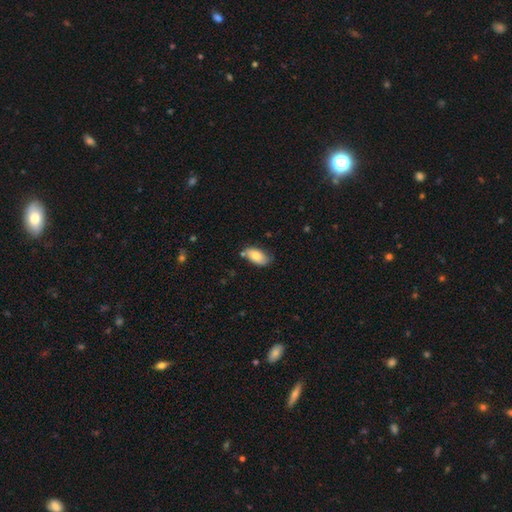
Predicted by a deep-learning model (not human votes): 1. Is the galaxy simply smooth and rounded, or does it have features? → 77% smooth, 17% featured or disk, 7% star or artifact.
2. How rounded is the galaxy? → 93% in between, 4% round, 3% cigar-shaped.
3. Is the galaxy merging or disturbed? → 66% none, 24% minor disturbance, 5% merger, 4% major disturbance.